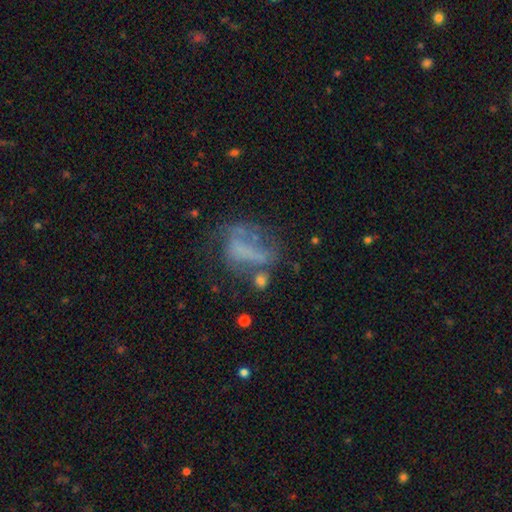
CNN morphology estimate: Q: Smooth or featured?
A: featured or disk (44%); runner-up: smooth (38%)
Q: Merging?
A: major disturbance (37%); runner-up: none (31%)